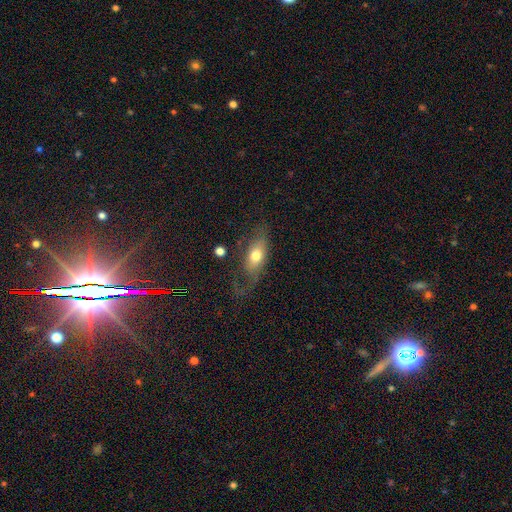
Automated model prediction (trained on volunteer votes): Morphology: type=smooth (59%); roundness=in between (81%); merging=none (44%).